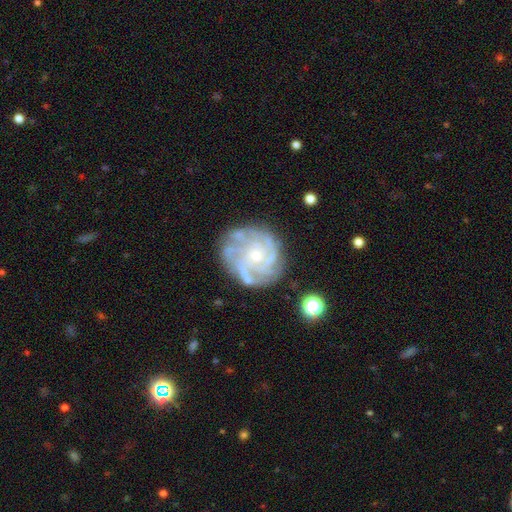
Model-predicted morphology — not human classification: smooth_or_featured: featured or disk (p=0.84) [alt: smooth p=0.08]
disk_edge_on: no (p=0.98) [alt: yes p=0.02]
bar: no (p=0.76) [alt: weak p=0.20]
has_spiral_arms: yes (p=0.96) [alt: no p=0.04]
spiral_winding: tight (p=0.69) [alt: medium p=0.26]
spiral_arm_count: 4 (p=0.28) [alt: can't tell p=0.25]
bulge_size: small (p=0.67) [alt: moderate p=0.28]
merging: none (p=0.78) [alt: minor disturbance p=0.15]